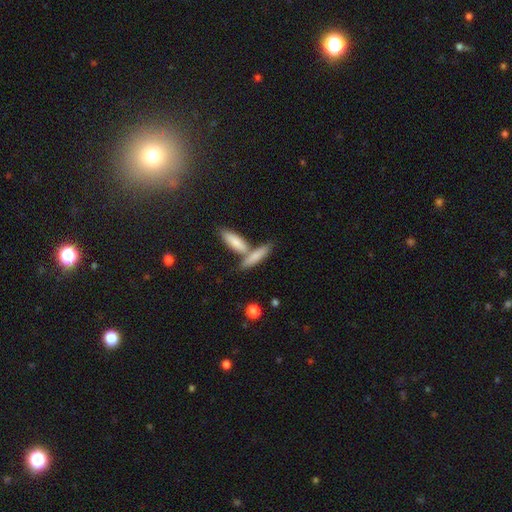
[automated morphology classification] type=smooth (75%); roundness=cigar-shaped (67%); merging=none (50%).